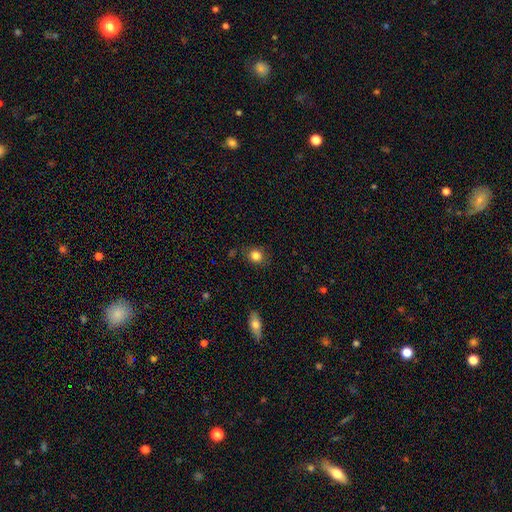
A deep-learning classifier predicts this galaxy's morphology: Smooth or featured? smooth (84%)
How rounded? round (69%)
Merging? none (81%)